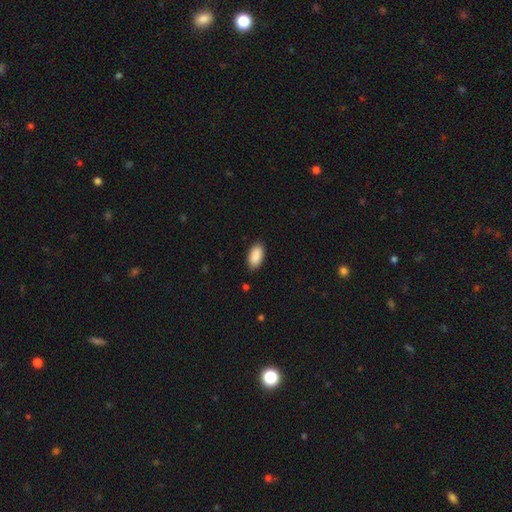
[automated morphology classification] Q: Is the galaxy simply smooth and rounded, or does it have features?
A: smooth — 91%.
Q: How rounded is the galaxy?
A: in between — 94%.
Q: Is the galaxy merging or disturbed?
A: none — 88%.